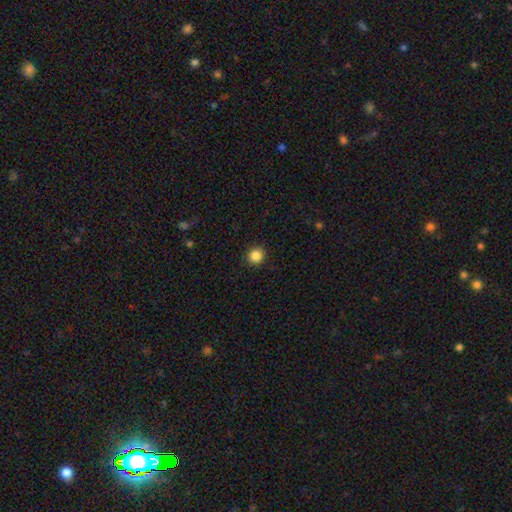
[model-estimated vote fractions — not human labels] A smooth galaxy with no disk features (86%) that is round (93%).

Vote fractions:
- Smooth or featured? smooth: 86% / star or artifact: 10% / featured or disk: 3%
- How rounded? round: 93% / in between: 6% / cigar-shaped: 1%
- Merging? none: 91% / minor disturbance: 6% / major disturbance: 2% / merger: 1%